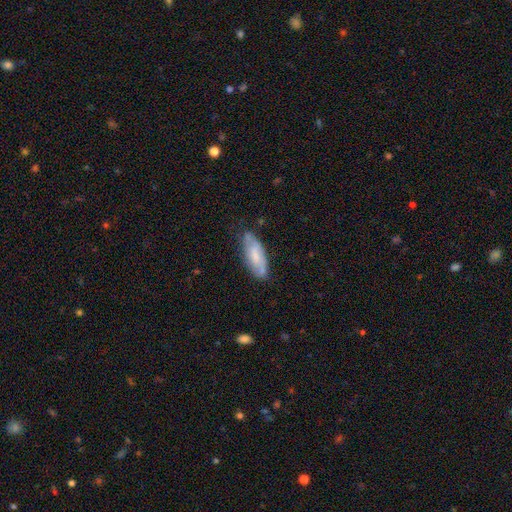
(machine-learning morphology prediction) smooth-or-featured: smooth: 53% | featured or disk: 40% | star or artifact: 7%
  how-rounded: in between: 71% | cigar-shaped: 27% | round: 2%
  merging: none: 66% | minor disturbance: 26% | major disturbance: 6% | merger: 2%